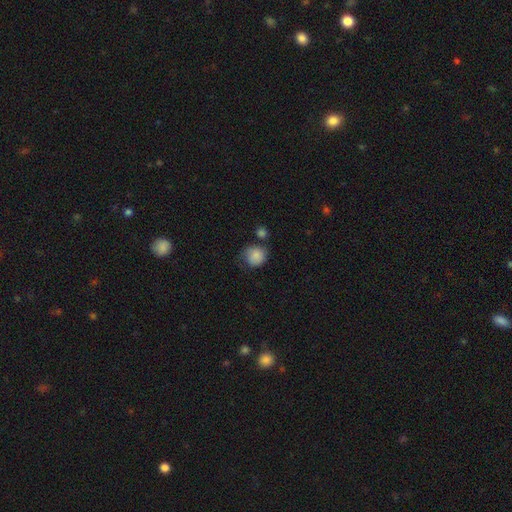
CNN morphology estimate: smooth_or_featured: smooth (p=0.84) [alt: star or artifact p=0.08]
how_rounded: round (p=0.85) [alt: in between p=0.14]
merging: none (p=0.58) [alt: minor disturbance p=0.23]